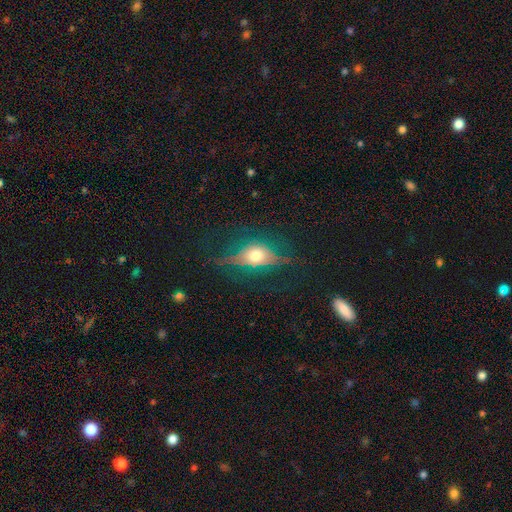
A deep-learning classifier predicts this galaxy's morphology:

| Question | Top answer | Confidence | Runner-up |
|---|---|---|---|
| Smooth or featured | smooth | 51% | featured or disk (34%) |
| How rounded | in between | 67% | round (26%) |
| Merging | none | 45% | major disturbance (28%) |